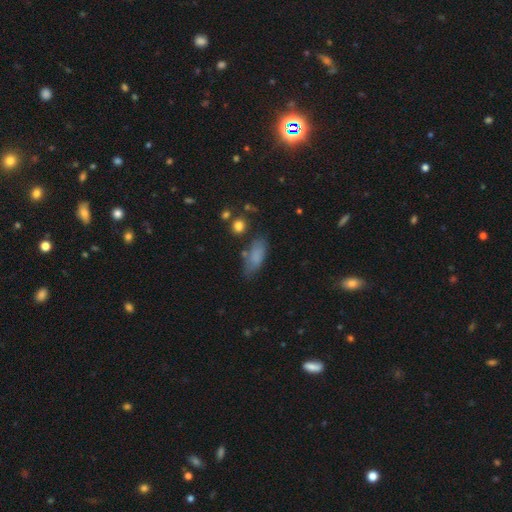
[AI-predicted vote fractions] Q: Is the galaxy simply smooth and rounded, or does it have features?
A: smooth — 81%.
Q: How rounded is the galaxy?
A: in between — 78%.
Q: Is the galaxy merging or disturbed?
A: none — 65%.